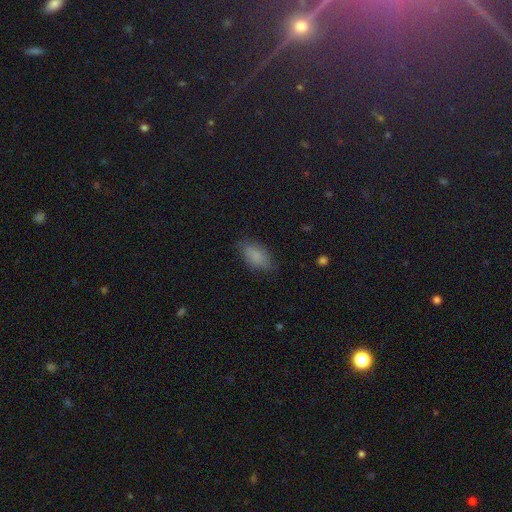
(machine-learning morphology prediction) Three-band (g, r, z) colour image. It shows a smooth galaxy with no disk features (82%) that is in between round and cigar-shaped (91%). Merging: none (72%).